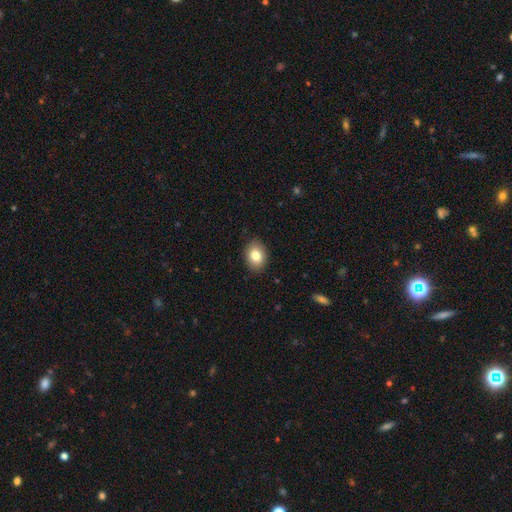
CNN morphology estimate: smooth-or-featured: smooth: 82% | featured or disk: 9% | star or artifact: 9%
  how-rounded: in between: 68% | round: 31% | cigar-shaped: 1%
  merging: none: 88% | minor disturbance: 9% | major disturbance: 2% | merger: 1%